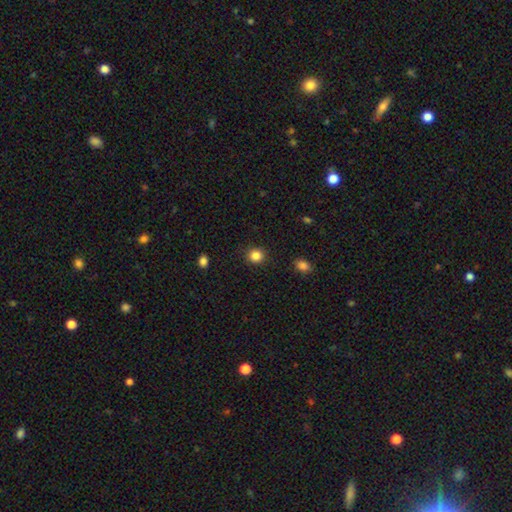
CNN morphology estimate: This is clearly a smooth galaxy (85%). How rounded: clearly round (85%). Merging: clearly none (90%).